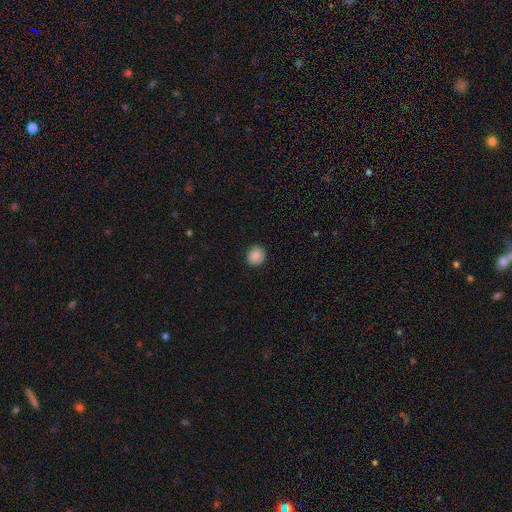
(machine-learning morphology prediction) This appears to be a smooth galaxy with no disk features (88%) that is round (87%). Merging: none (91%).